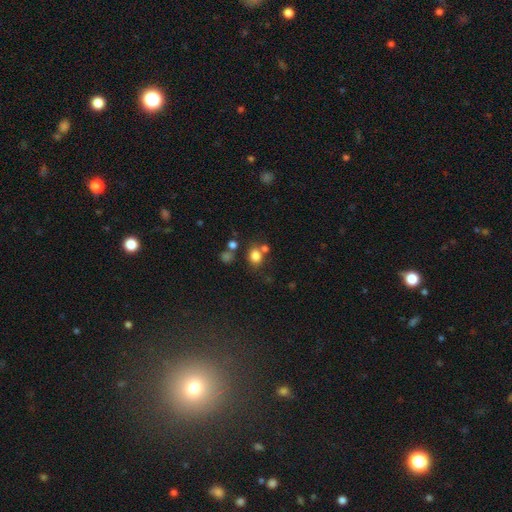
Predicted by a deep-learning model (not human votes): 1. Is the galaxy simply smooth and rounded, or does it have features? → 79% smooth, 14% star or artifact, 7% featured or disk.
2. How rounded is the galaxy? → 65% round, 34% in between, 1% cigar-shaped.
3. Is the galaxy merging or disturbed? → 65% none, 18% merger, 12% minor disturbance, 5% major disturbance.